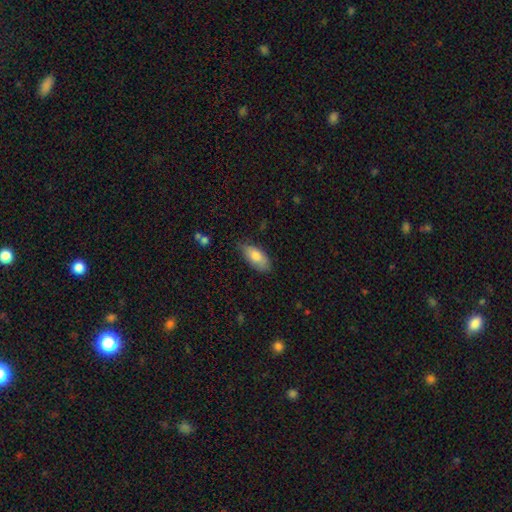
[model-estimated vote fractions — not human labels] Q: Smooth or featured?
A: smooth (79%); runner-up: featured or disk (15%)
Q: How rounded?
A: in between (88%); runner-up: cigar-shaped (9%)
Q: Merging?
A: none (71%); runner-up: minor disturbance (24%)